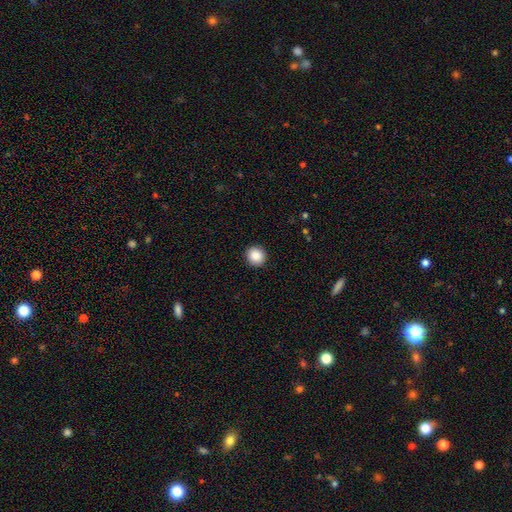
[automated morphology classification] smooth_or_featured: smooth (p=0.88) [alt: star or artifact p=0.09]
how_rounded: round (p=0.90) [alt: in between p=0.09]
merging: none (p=0.92) [alt: minor disturbance p=0.05]